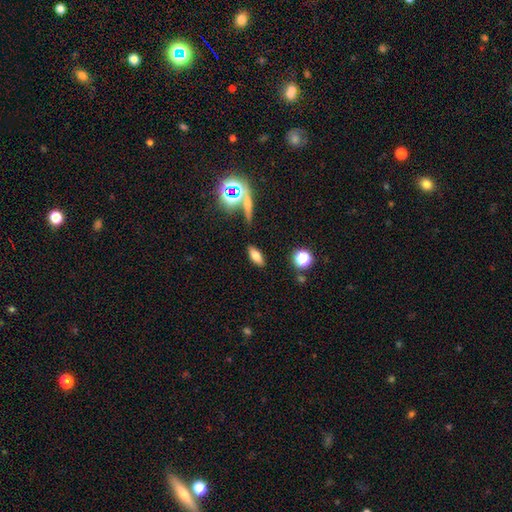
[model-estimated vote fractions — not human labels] smooth-or-featured: smooth: 67% | featured or disk: 21% | star or artifact: 12%
  how-rounded: in between: 72% | cigar-shaped: 24% | round: 4%
  merging: none: 85% | minor disturbance: 9% | merger: 4% | major disturbance: 3%